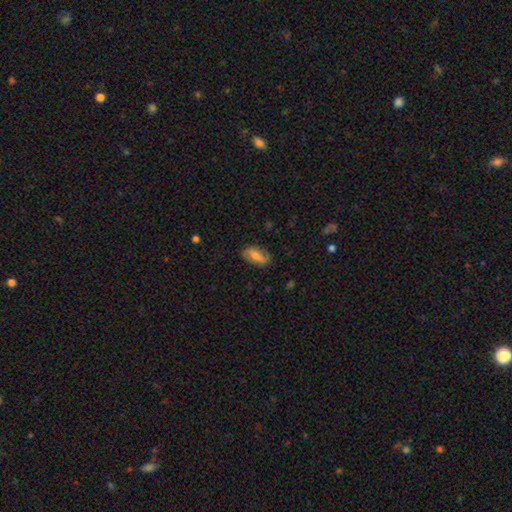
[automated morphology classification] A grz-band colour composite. It shows a smooth galaxy with no disk features (48%). Merging: none (77%).